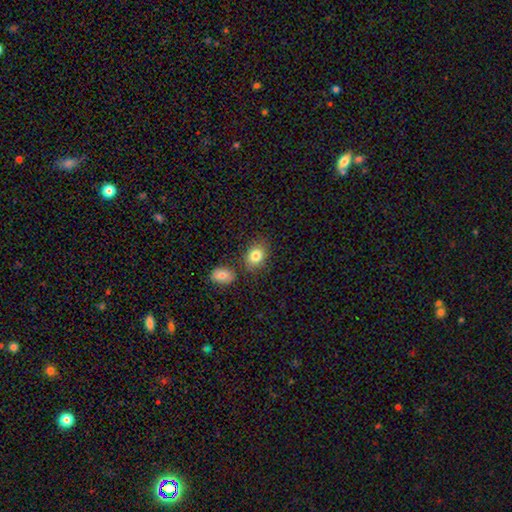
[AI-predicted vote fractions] A smooth galaxy with no disk features (83%) that is in between round and cigar-shaped (64%).

Vote fractions:
- Smooth or featured? smooth: 83% / star or artifact: 9% / featured or disk: 8%
- How rounded? in between: 64% / round: 35% / cigar-shaped: 1%
- Merging? none: 74% / minor disturbance: 13% / merger: 10% / major disturbance: 3%